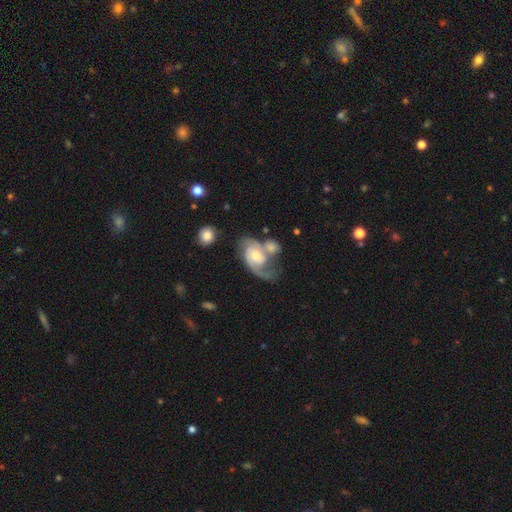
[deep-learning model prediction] A featured or disk galaxy (80%) with no bar (57%), 2 (66%) medium (48%) spiral arms (93%) and a moderate central bulge (54%).

Vote fractions:
- Smooth or featured? featured or disk: 80% / smooth: 14% / star or artifact: 5%
- Edge-on disk? no: 97% / yes: 3%
- Bar? no: 57% / weak: 36% / strong: 7%
- Spiral arms? yes: 93% / no: 7%
- Spiral winding? medium: 48% / tight: 27% / loose: 26%
- Spiral arm count? 2: 66% / 1: 17% / can't tell: 9% / 3: 4% / 4: 2% / more than 4: 1%
- Bulge size? moderate: 54% / small: 31% / large: 10% / none: 4% / dominant: 2%
- Merging? merger: 38% / none: 28% / major disturbance: 19% / minor disturbance: 15%